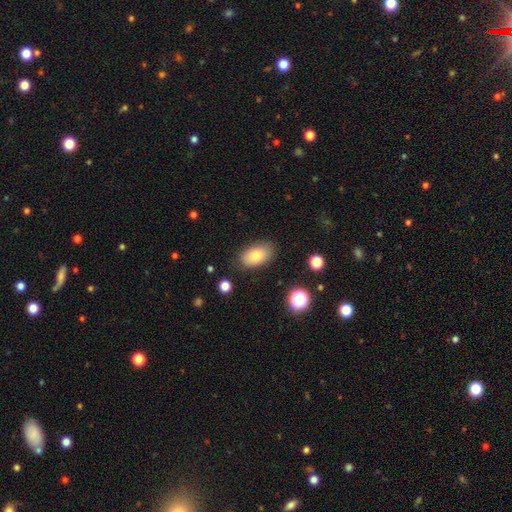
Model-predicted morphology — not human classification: A smooth galaxy with no disk features (81%) that is in between round and cigar-shaped (92%). Merging: none (82%).